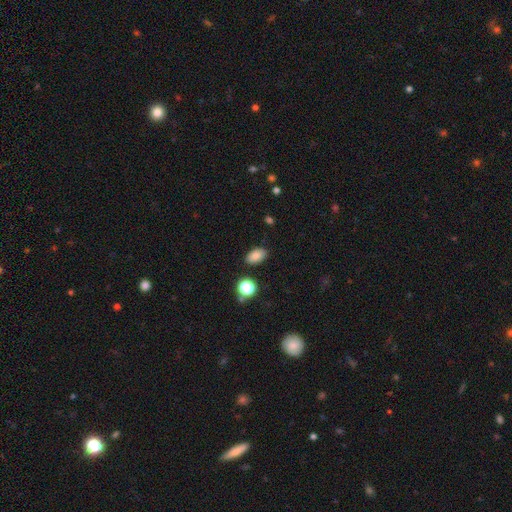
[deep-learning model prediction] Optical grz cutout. It shows a smooth galaxy with no disk features (84%) that is in between round and cigar-shaped (89%). Merging: none (85%).